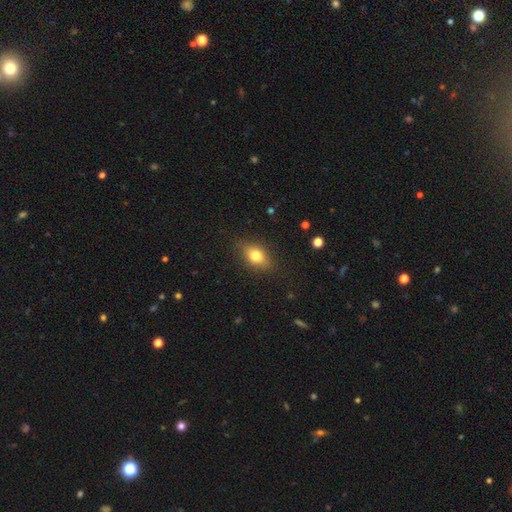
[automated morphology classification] smooth 71%, featured or disk 19%, star or artifact 9%. Down the decision tree: how rounded — in between (75%); merging — none (82%).